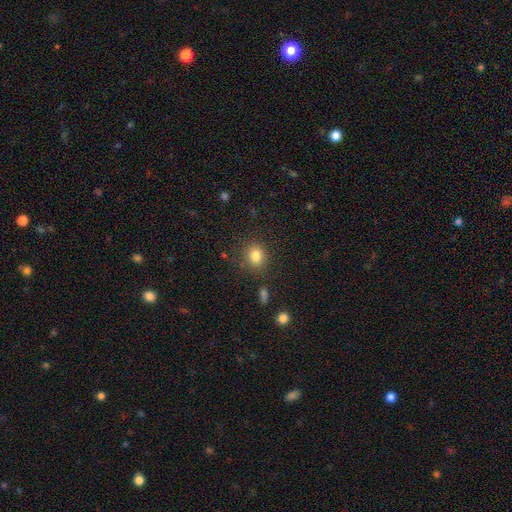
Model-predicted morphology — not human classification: smooth 82%, star or artifact 12%, featured or disk 6%. Down the decision tree: how rounded — round (79%); merging — none (85%).